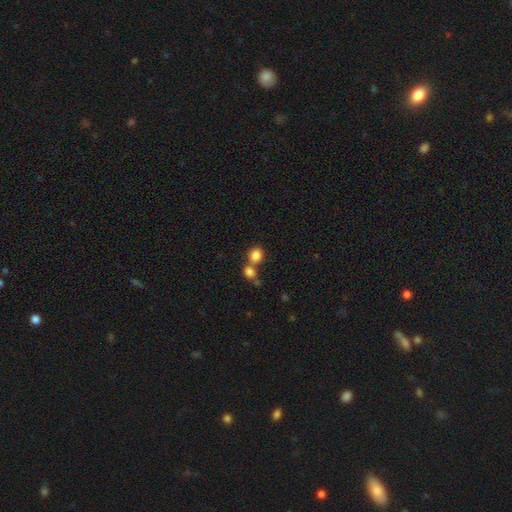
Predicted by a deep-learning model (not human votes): This is clearly a smooth galaxy (84%). How rounded: likely round (76%). Merging: possibly none (50%).